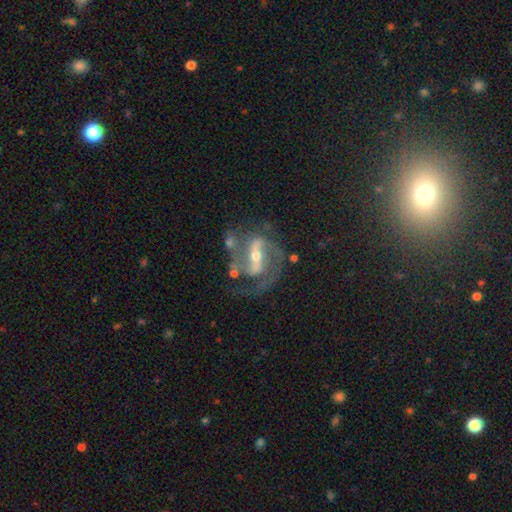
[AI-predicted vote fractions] A featured or disk galaxy (89%) with a strong bar (59%), 2 (85%) medium (56%) spiral arms (96%) and a moderate central bulge (52%). Merging: none (58%).